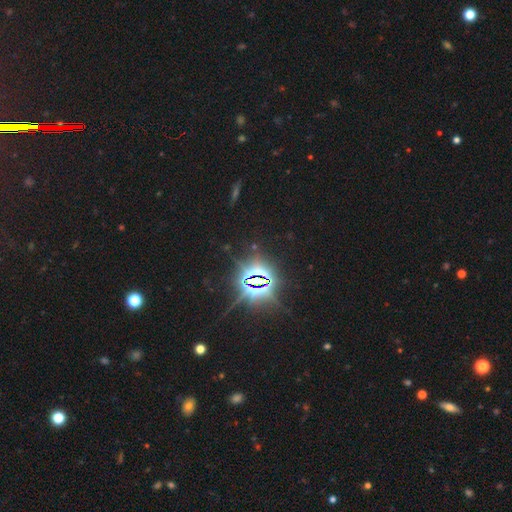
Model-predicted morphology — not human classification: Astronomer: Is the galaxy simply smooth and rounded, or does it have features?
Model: star or artifact — 85%.